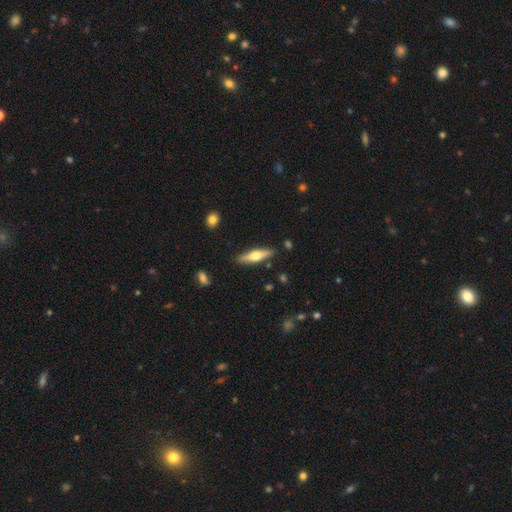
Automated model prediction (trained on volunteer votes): Q: Smooth or featured?
A: featured or disk (56%); runner-up: smooth (39%)
Q: Edge-on disk?
A: yes (94%); runner-up: no (6%)
Q: Edge-on bulge?
A: rounded (94%); runner-up: boxy (4%)
Q: Merging?
A: none (87%); runner-up: minor disturbance (9%)